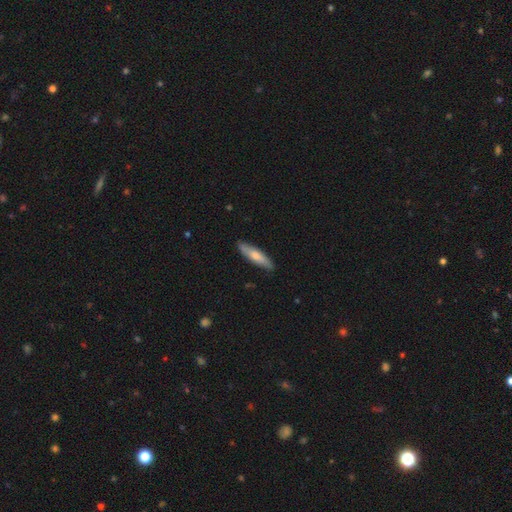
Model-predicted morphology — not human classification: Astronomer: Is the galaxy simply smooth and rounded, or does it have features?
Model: smooth — 67%.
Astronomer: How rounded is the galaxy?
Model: cigar-shaped — 73%.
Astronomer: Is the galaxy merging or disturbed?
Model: none — 84%.